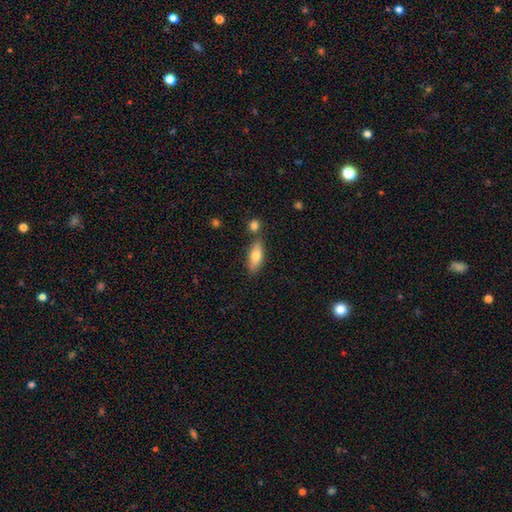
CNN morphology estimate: Q: Smooth or featured?
A: smooth (74%); runner-up: featured or disk (19%)
Q: How rounded?
A: in between (71%); runner-up: cigar-shaped (26%)
Q: Merging?
A: none (74%); runner-up: minor disturbance (13%)